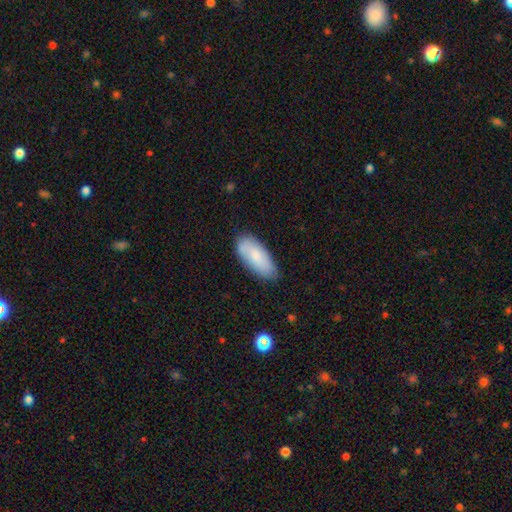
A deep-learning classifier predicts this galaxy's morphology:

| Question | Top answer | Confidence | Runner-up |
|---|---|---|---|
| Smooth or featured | smooth | 80% | featured or disk (14%) |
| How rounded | in between | 86% | cigar-shaped (12%) |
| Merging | none | 75% | minor disturbance (20%) |